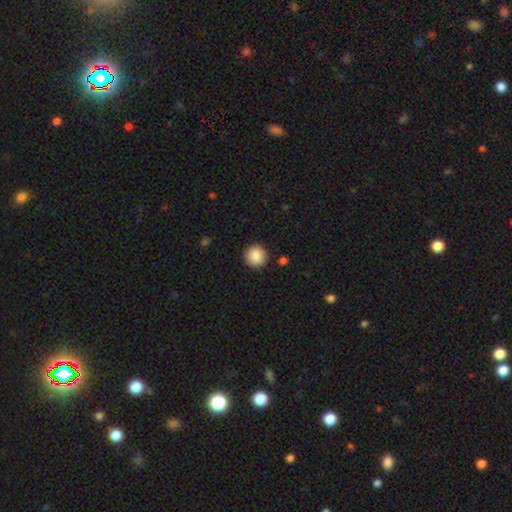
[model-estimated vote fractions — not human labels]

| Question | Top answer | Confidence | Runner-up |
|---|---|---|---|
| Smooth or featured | smooth | 88% | star or artifact (8%) |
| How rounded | round | 95% | in between (4%) |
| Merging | none | 92% | minor disturbance (5%) |